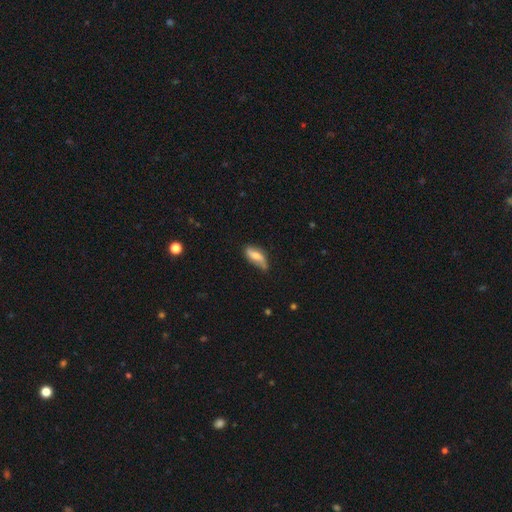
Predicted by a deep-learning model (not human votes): A smooth galaxy with no disk features (53%) that is in between round and cigar-shaped (76%). Merging: none (58%).